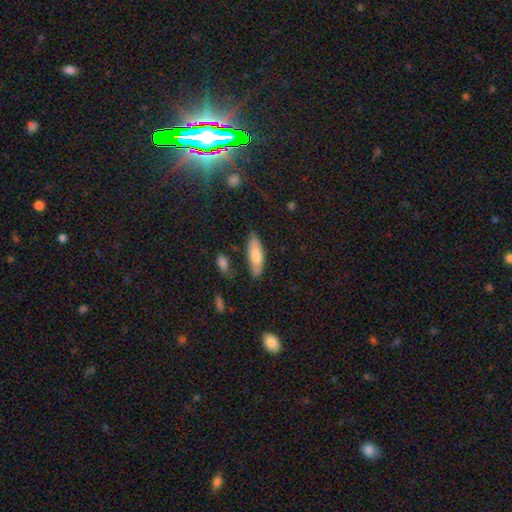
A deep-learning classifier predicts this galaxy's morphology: Smooth or featured? smooth (73%)
How rounded? in between (58%)
Merging? none (72%)